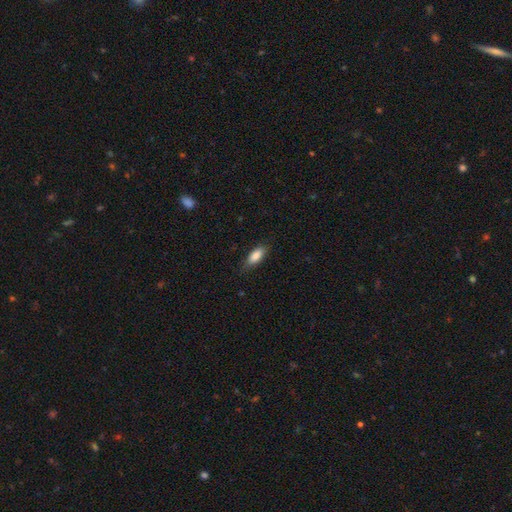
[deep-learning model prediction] This is clearly a smooth galaxy (85%). How rounded: likely in between (75%). Merging: likely none (79%).